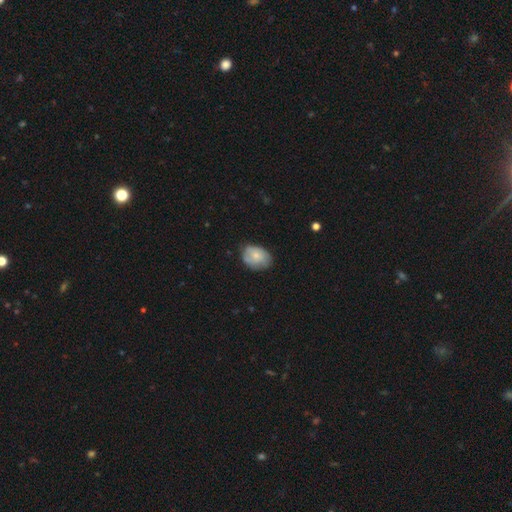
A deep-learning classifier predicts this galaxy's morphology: Smooth or featured? Predicted: smooth (p=0.69). How rounded? Predicted: in between (p=0.69). Merging? Predicted: none (p=0.64).